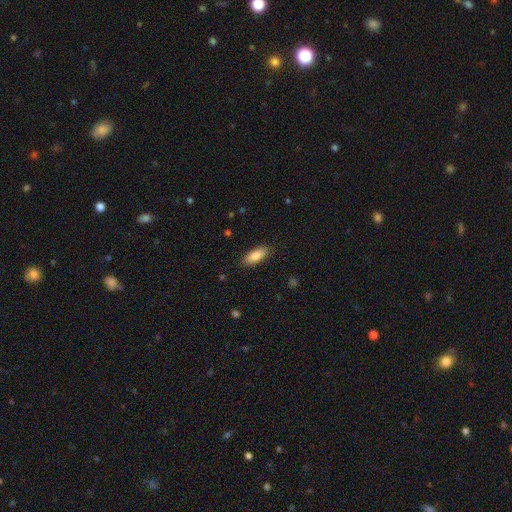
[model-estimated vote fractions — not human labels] smooth 84%, featured or disk 9%, star or artifact 6%. Down the decision tree: how rounded — in between (75%); merging — none (87%).